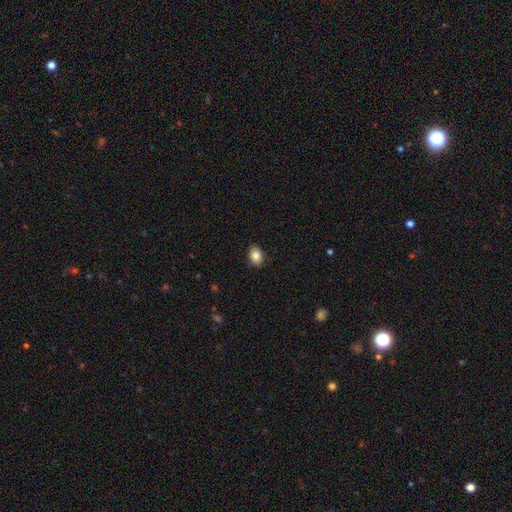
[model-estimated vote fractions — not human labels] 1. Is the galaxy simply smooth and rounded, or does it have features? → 86% smooth, 8% star or artifact, 6% featured or disk.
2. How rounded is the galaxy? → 80% in between, 19% round, 1% cigar-shaped.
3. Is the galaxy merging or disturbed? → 88% none, 9% minor disturbance, 2% major disturbance, 1% merger.